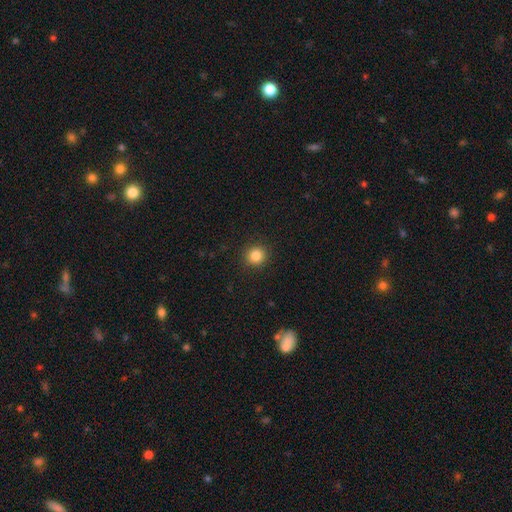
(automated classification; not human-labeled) Smooth or featured: smooth — 84% (star or artifact — 11%)
How rounded: round — 92% (in between — 7%)
Merging: none — 92% (minor disturbance — 5%)